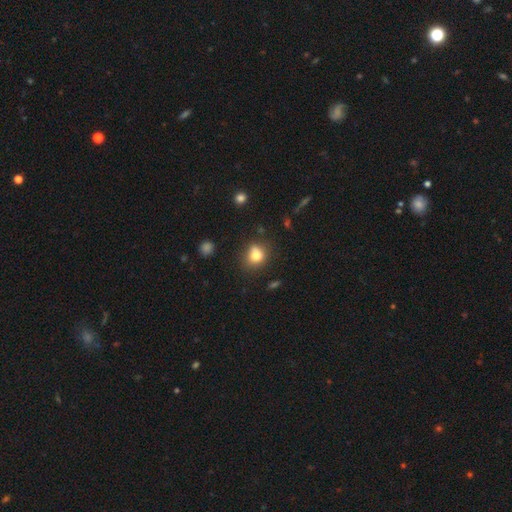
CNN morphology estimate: This appears to be a smooth galaxy with no disk features (78%) that is round (68%). Merging: none (61%).